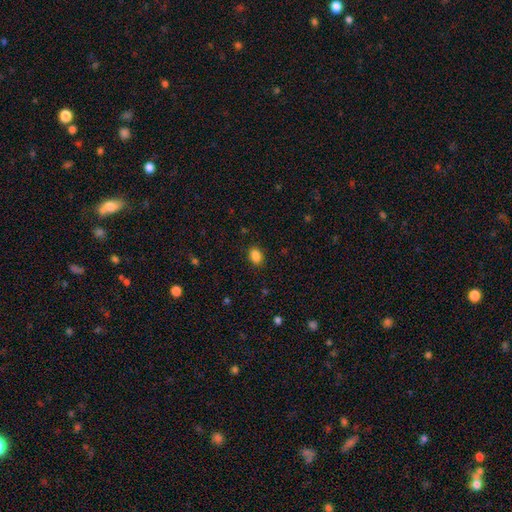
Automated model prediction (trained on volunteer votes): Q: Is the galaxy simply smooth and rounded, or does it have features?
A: smooth — 86%.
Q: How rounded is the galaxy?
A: in between — 78%.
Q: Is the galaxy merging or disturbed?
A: none — 85%.